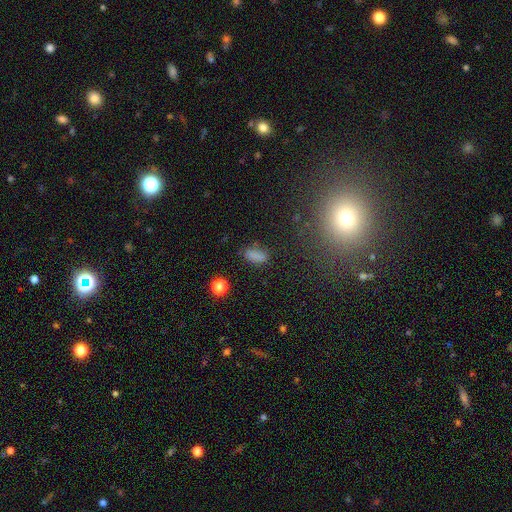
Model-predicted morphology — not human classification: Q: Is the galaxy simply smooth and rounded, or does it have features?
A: smooth — 79%.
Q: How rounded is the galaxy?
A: in between — 77%.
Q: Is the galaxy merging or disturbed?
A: none — 72%.